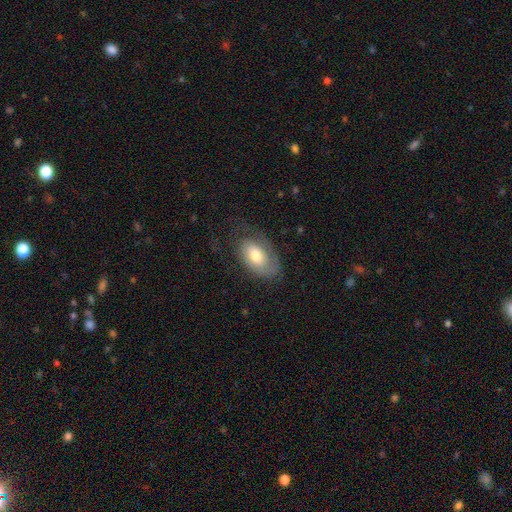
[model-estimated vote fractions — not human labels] smooth 49%, featured or disk 45%, star or artifact 6%. Down the decision tree: merging — none (53%).